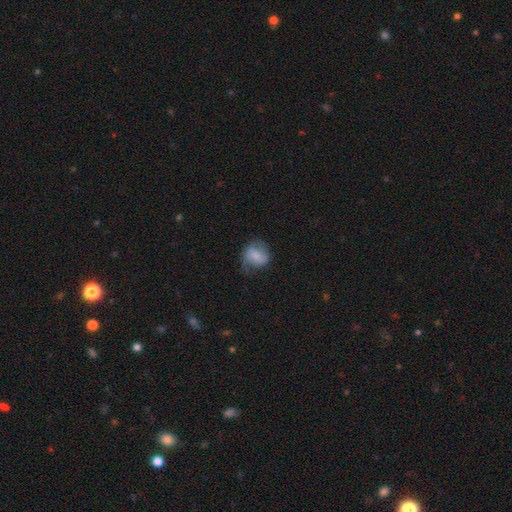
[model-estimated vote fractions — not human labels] Smooth or featured? smooth (56%)
How rounded? round (56%)
Merging? none (49%)